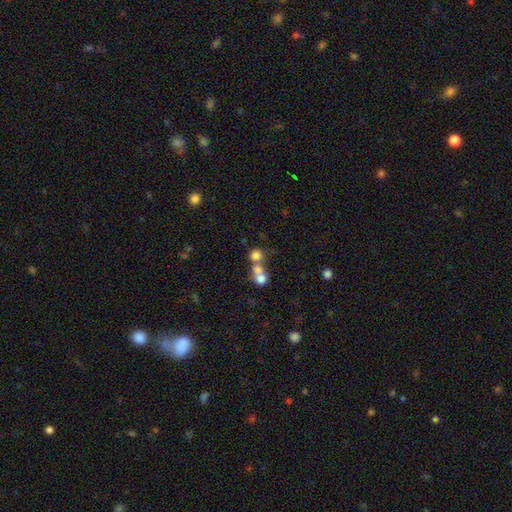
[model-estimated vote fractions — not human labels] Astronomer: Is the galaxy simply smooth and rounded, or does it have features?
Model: smooth — 71%.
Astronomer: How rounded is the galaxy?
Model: round — 81%.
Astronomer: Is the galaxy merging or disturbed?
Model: merger — 55% (runner-up: none, 35%).